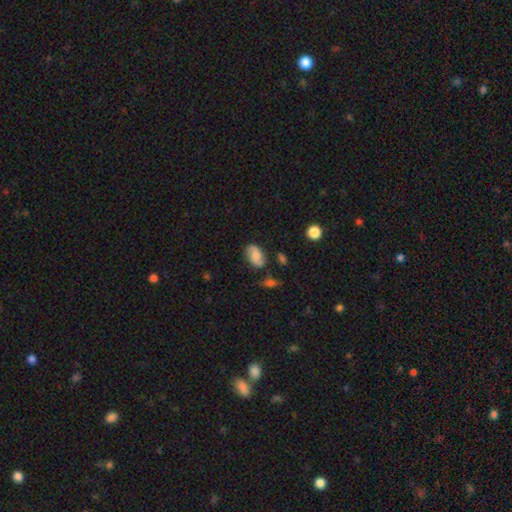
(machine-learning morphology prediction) Smooth or featured: smooth — 61% (featured or disk — 31%)
How rounded: in between — 90% (round — 8%)
Merging: none — 71% (minor disturbance — 20%)